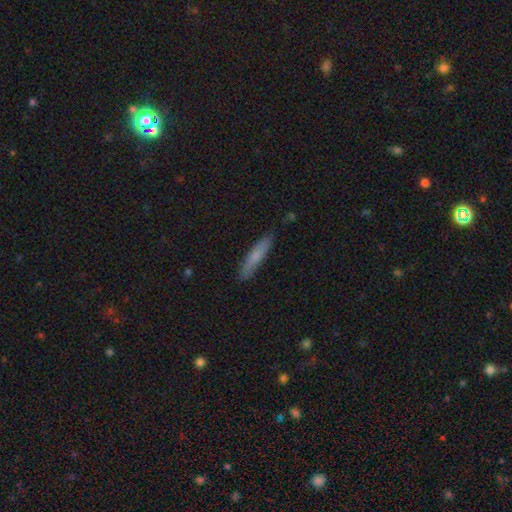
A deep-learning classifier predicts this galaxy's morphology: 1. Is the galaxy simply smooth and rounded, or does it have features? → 71% smooth, 23% featured or disk, 6% star or artifact.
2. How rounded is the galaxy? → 90% cigar-shaped, 9% in between, 1% round.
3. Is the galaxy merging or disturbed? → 85% none, 12% minor disturbance, 2% major disturbance, 1% merger.